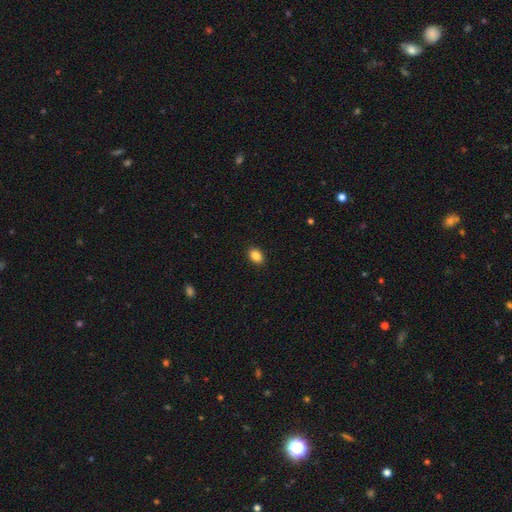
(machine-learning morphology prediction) Smooth or featured: smooth — 88% (star or artifact — 9%)
How rounded: in between — 82% (round — 17%)
Merging: none — 89% (minor disturbance — 8%)